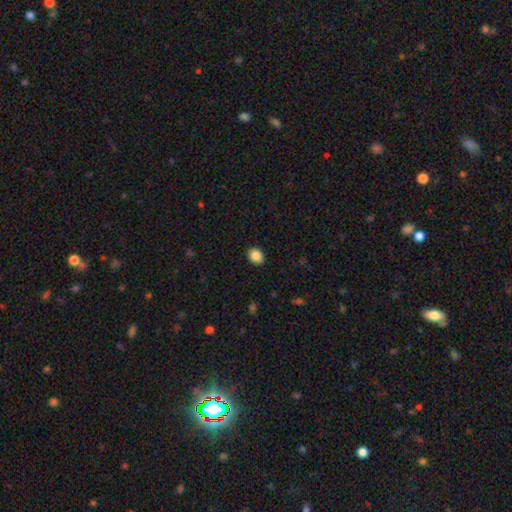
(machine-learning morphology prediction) smooth-or-featured: smooth: 87% | star or artifact: 9% | featured or disk: 4%
  how-rounded: round: 57% | in between: 42% | cigar-shaped: 1%
  merging: none: 91% | minor disturbance: 6% | major disturbance: 2% | merger: 1%